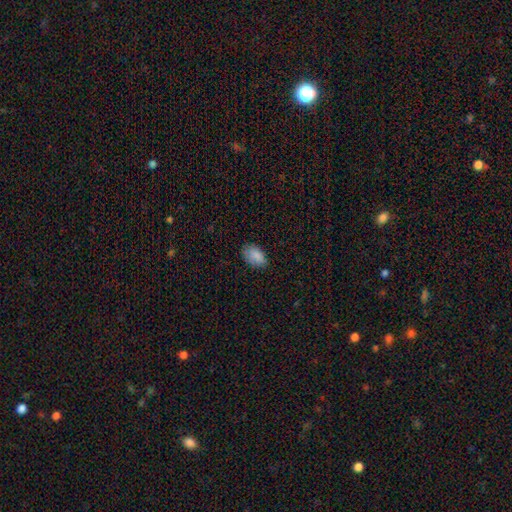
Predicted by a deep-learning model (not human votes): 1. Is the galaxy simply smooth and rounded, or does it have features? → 86% smooth, 8% star or artifact, 6% featured or disk.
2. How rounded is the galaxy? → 90% in between, 8% round, 1% cigar-shaped.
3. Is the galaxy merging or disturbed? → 76% none, 19% minor disturbance, 4% major disturbance, 1% merger.